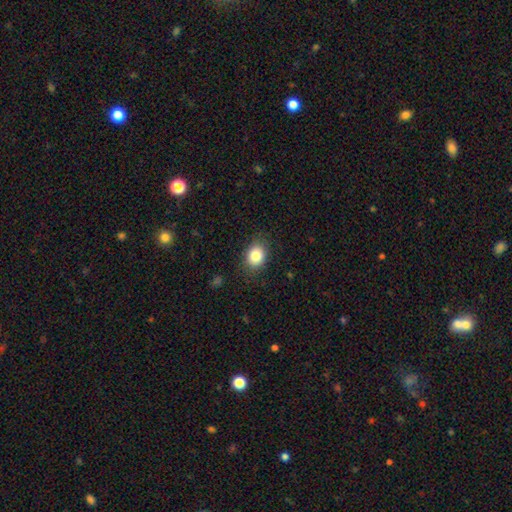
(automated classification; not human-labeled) smooth_or_featured: smooth (p=0.83) [alt: star or artifact p=0.09]
how_rounded: in between (p=0.55) [alt: round p=0.44]
merging: none (p=0.82) [alt: minor disturbance p=0.13]